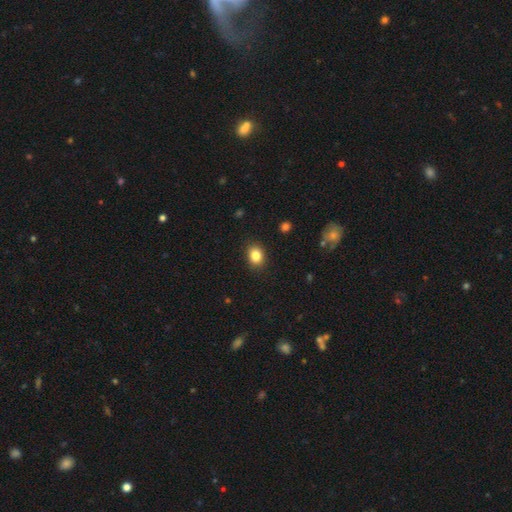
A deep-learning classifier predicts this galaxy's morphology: A smooth galaxy with no disk features (84%) that is in between round and cigar-shaped (52%). Merging: none (88%).